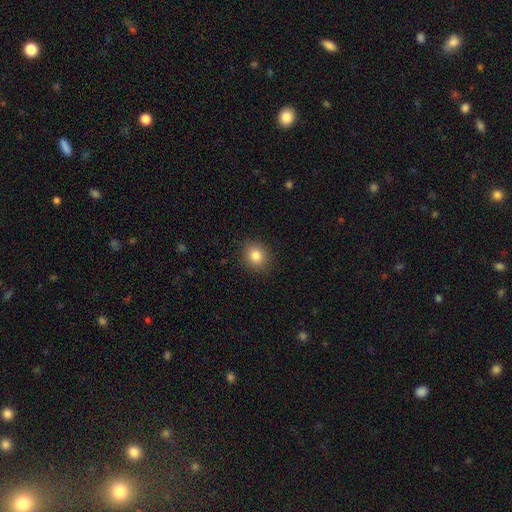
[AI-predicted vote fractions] Q: Smooth or featured?
A: smooth (83%); runner-up: star or artifact (11%)
Q: How rounded?
A: round (71%); runner-up: in between (28%)
Q: Merging?
A: none (89%); runner-up: minor disturbance (7%)